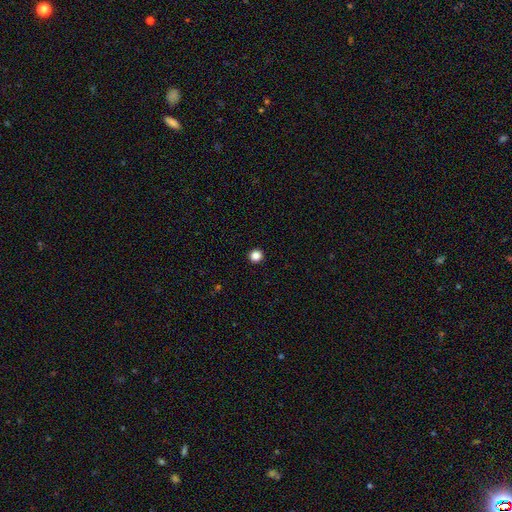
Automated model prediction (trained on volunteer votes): A smooth galaxy with no disk features (85%) that is round (95%). Merging: none (94%).